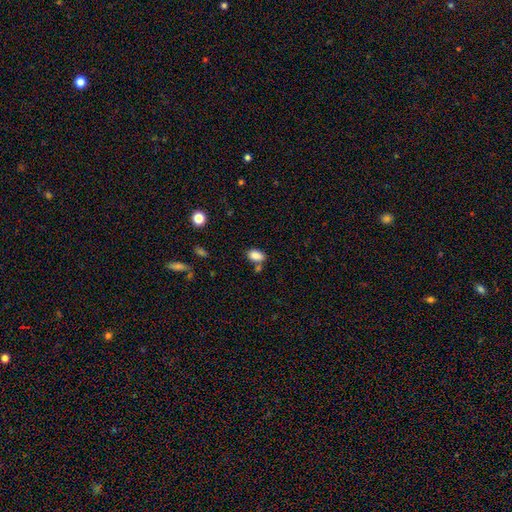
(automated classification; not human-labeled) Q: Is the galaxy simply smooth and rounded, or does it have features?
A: smooth — 86%.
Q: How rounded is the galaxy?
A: in between — 88%.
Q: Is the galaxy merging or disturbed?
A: none — 67%.